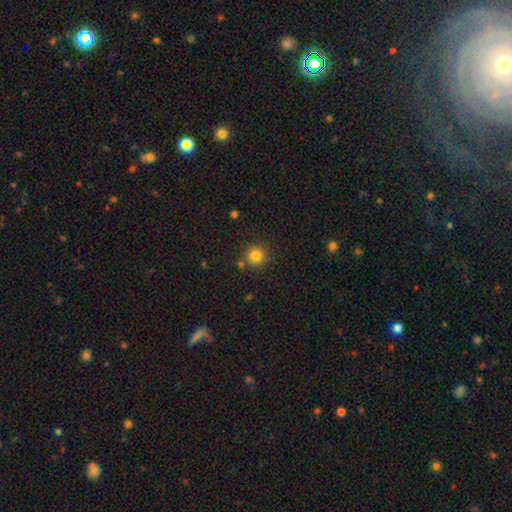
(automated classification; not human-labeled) This appears to be a smooth galaxy with no disk features (82%) that is round (94%). Merging: none (85%).